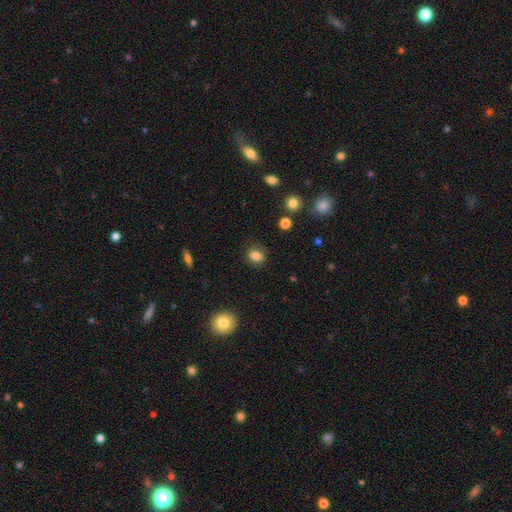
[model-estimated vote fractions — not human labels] Smooth or featured?
  - smooth: 80% *
  - star or artifact: 11%
  - featured or disk: 9%
How rounded?
  - in between: 52% *
  - round: 47%
  - cigar-shaped: 1%
Merging?
  - none: 80% *
  - minor disturbance: 14%
  - major disturbance: 4%
  - merger: 2%